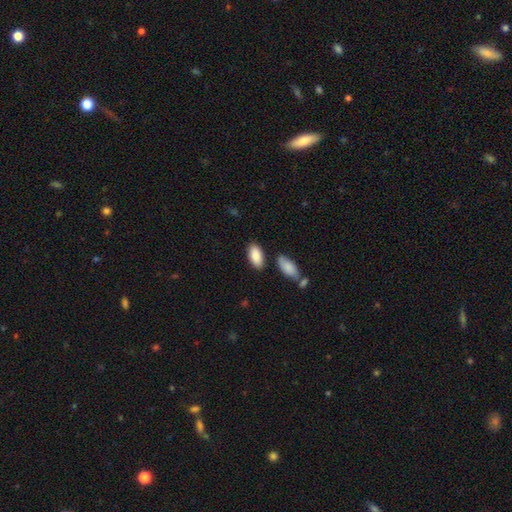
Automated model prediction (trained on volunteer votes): Overall: smooth (88%). How rounded: in between (93%). Merging: none (79%).